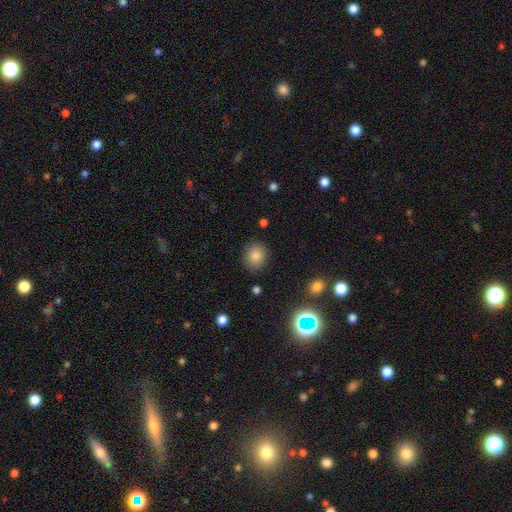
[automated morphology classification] Smooth or featured? smooth (82%)
How rounded? round (63%)
Merging? none (86%)